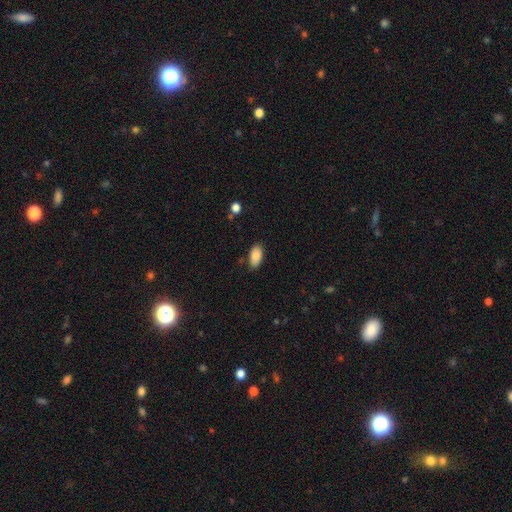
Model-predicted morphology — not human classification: Smooth or featured?
  - smooth: 88% *
  - star or artifact: 7%
  - featured or disk: 5%
How rounded?
  - in between: 93% *
  - cigar-shaped: 3%
  - round: 3%
Merging?
  - none: 83% *
  - minor disturbance: 13%
  - major disturbance: 3%
  - merger: 2%